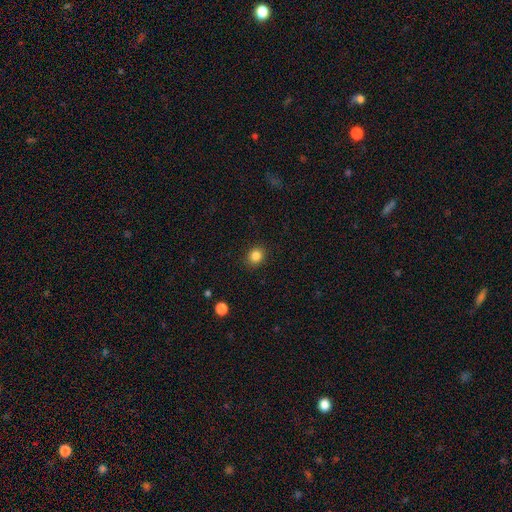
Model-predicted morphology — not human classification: Q: Smooth or featured?
A: smooth (85%); runner-up: star or artifact (11%)
Q: How rounded?
A: round (74%); runner-up: in between (25%)
Q: Merging?
A: none (89%); runner-up: minor disturbance (7%)